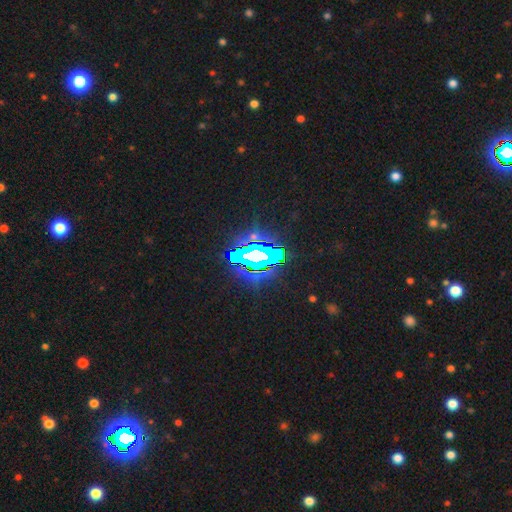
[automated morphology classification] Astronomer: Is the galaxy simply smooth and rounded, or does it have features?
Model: star or artifact — 68%.